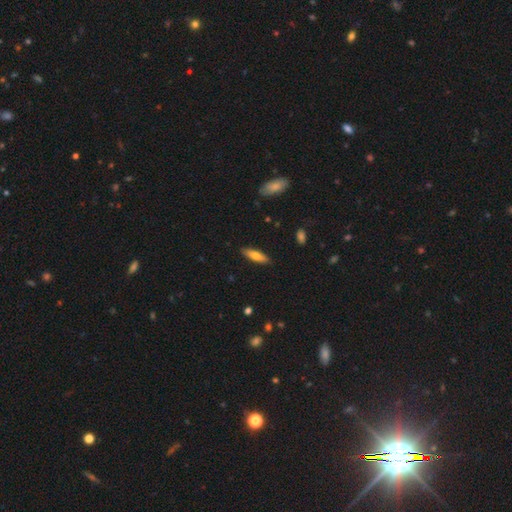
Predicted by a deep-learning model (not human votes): Smooth or featured? smooth (66%)
How rounded? cigar-shaped (62%)
Merging? none (89%)